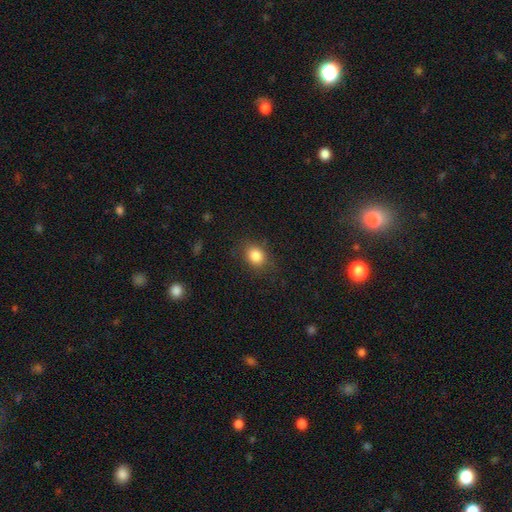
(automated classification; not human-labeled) Smooth or featured: smooth — 85% (star or artifact — 10%)
How rounded: round — 54% (in between — 45%)
Merging: none — 81% (minor disturbance — 13%)